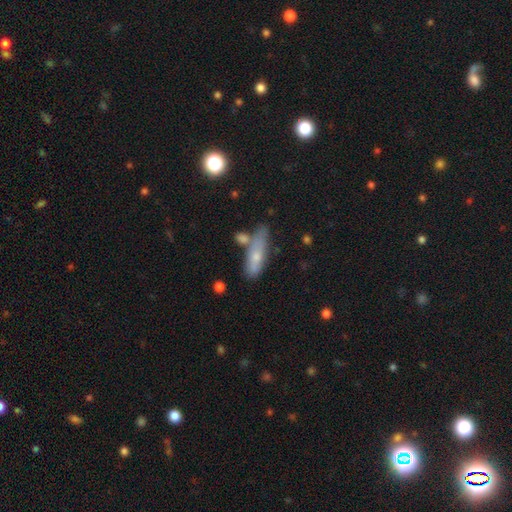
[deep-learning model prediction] Smooth or featured: smooth — 62% (featured or disk — 30%)
How rounded: cigar-shaped — 58% (in between — 39%)
Merging: none — 54% (minor disturbance — 23%)